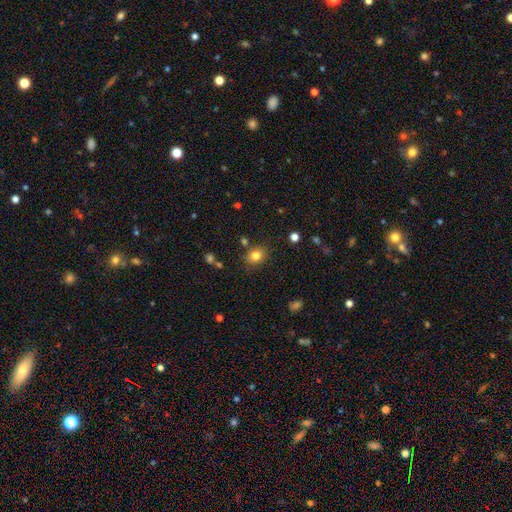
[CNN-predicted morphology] Smooth or featured: smooth — 80% (star or artifact — 12%)
How rounded: round — 51% (in between — 48%)
Merging: none — 80% (minor disturbance — 12%)